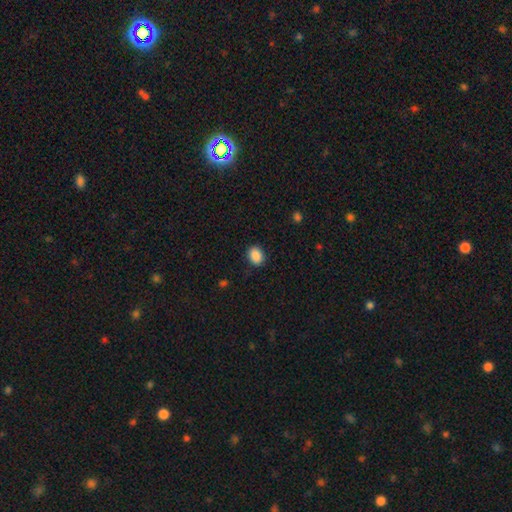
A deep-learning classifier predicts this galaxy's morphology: smooth 89%, star or artifact 9%, featured or disk 3%. Down the decision tree: how rounded — in between (57%); merging — none (87%).